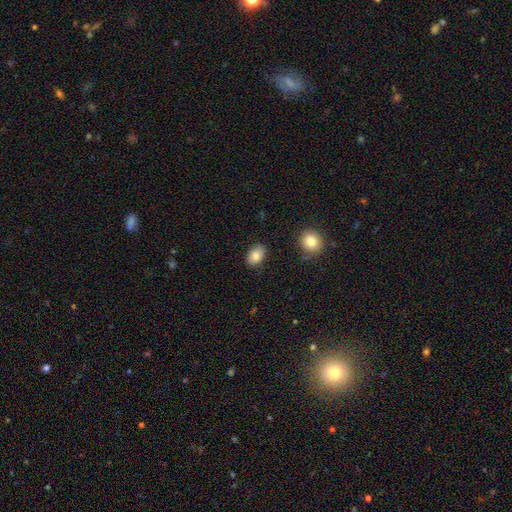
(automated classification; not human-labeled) Smooth or featured?
  - smooth: 84% *
  - featured or disk: 8%
  - star or artifact: 8%
How rounded?
  - in between: 83% *
  - round: 16%
  - cigar-shaped: 1%
Merging?
  - none: 85% *
  - minor disturbance: 11%
  - major disturbance: 2%
  - merger: 2%